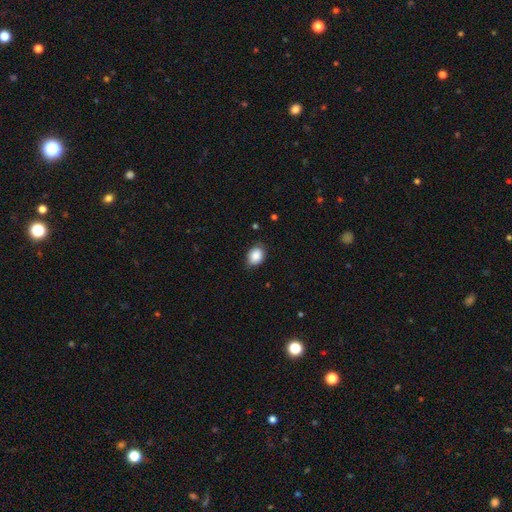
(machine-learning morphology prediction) Smooth or featured? Predicted: smooth (p=0.87). How rounded? Predicted: in between (p=0.71). Merging? Predicted: none (p=0.79).